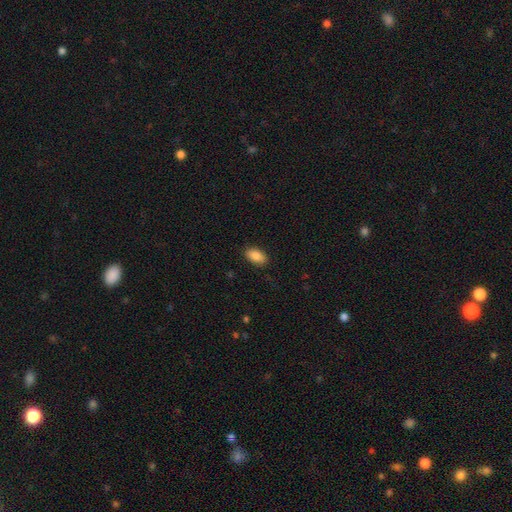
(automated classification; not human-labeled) Overall: smooth (87%). How rounded: in between (92%). Merging: none (88%).